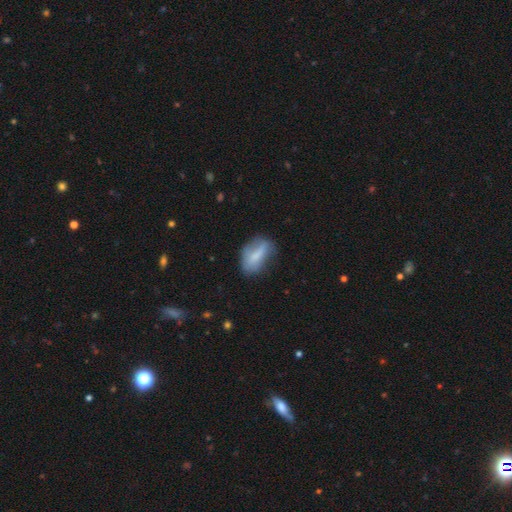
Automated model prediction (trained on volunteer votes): This is likely a smooth galaxy (66%). How rounded: clearly in between (83%). Merging: possibly none (52%).